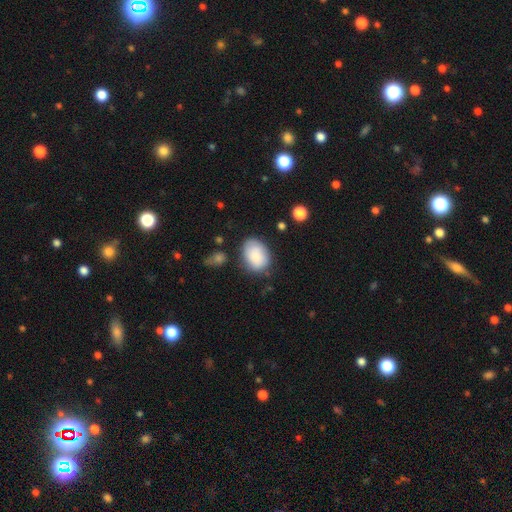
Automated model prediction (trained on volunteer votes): Overall: smooth (83%). How rounded: in between (73%). Merging: none (69%).